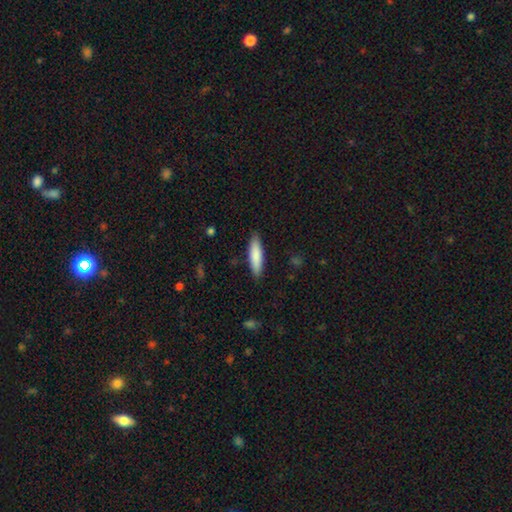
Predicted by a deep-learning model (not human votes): Smooth or featured? smooth (84%)
How rounded? cigar-shaped (68%)
Merging? none (88%)